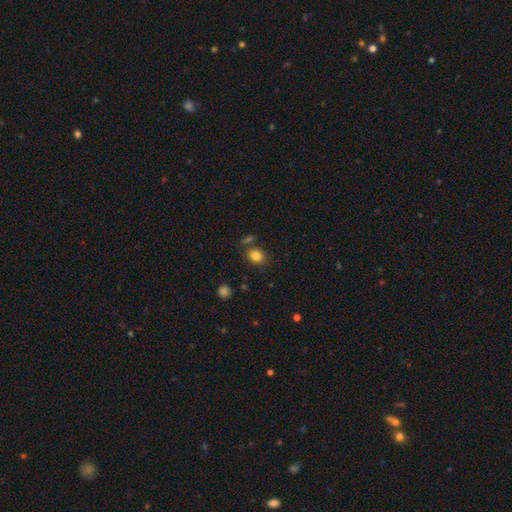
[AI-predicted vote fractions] Morphology: type=smooth (83%); roundness=in between (56%); merging=none (75%).